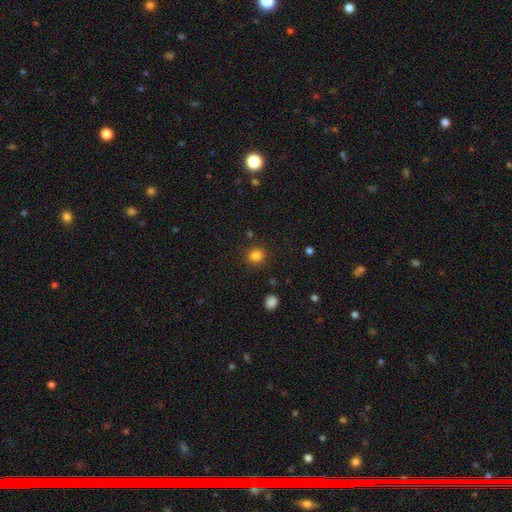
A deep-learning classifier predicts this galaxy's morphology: This is clearly a smooth galaxy (84%). How rounded: likely round (71%). Merging: clearly none (86%).